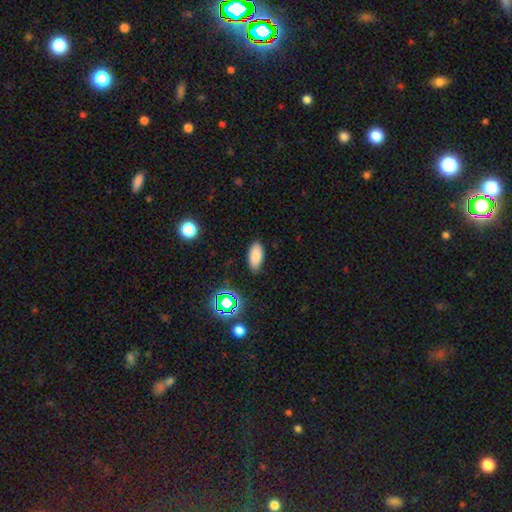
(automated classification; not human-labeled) smooth_or_featured: smooth (p=0.82) [alt: star or artifact p=0.12]
how_rounded: in between (p=0.89) [alt: cigar-shaped p=0.08]
merging: none (p=0.87) [alt: minor disturbance p=0.09]